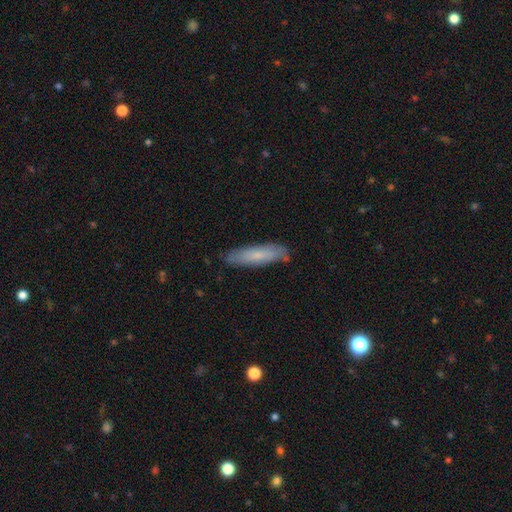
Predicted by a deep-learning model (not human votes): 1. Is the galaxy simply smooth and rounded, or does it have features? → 66% smooth, 27% featured or disk, 6% star or artifact.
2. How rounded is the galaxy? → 75% cigar-shaped, 24% in between, 1% round.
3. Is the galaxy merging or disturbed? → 82% none, 14% minor disturbance, 2% major disturbance, 1% merger.